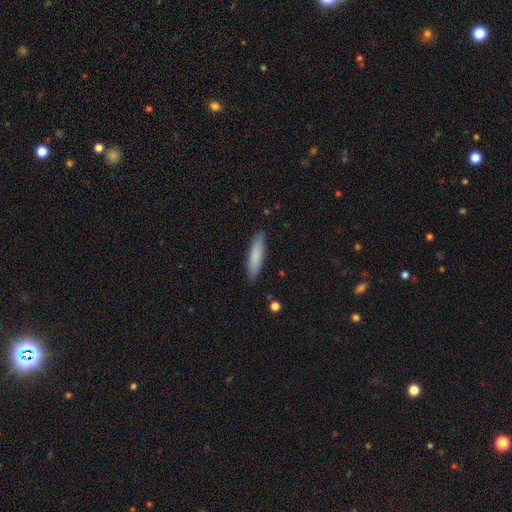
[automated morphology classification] The model was most divided on "how rounded": cigar-shaped: 78%, in between: 20%, round: 1%. More confident: merging — none (88%); smooth or featured — smooth (82%).